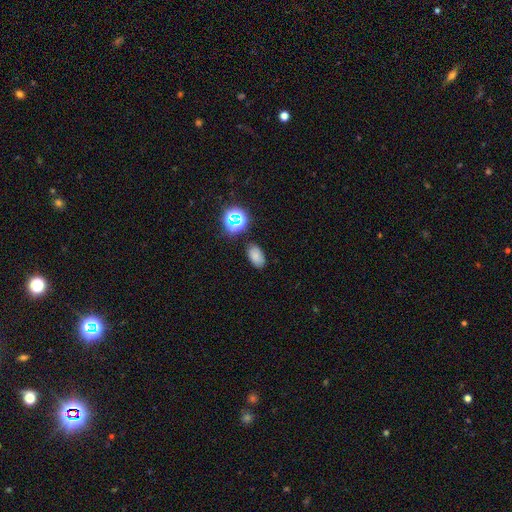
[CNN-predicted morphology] Smooth or featured? Predicted: smooth (p=0.73). How rounded? Predicted: in between (p=0.90). Merging? Predicted: none (p=0.81).